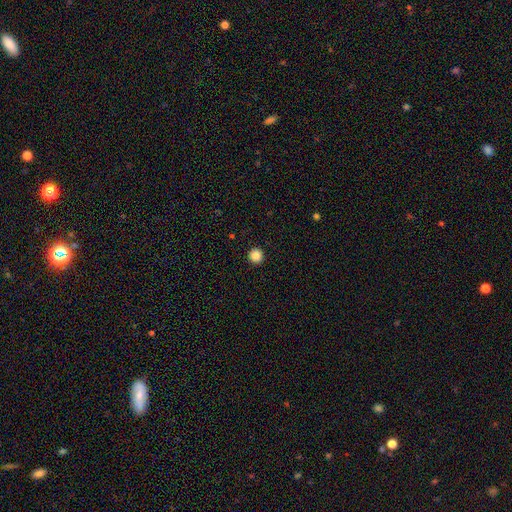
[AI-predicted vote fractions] smooth-or-featured: smooth: 86% | star or artifact: 10% | featured or disk: 3%
  how-rounded: round: 96% | in between: 3% | cigar-shaped: 1%
  merging: none: 94% | minor disturbance: 4% | major disturbance: 1% | merger: 1%